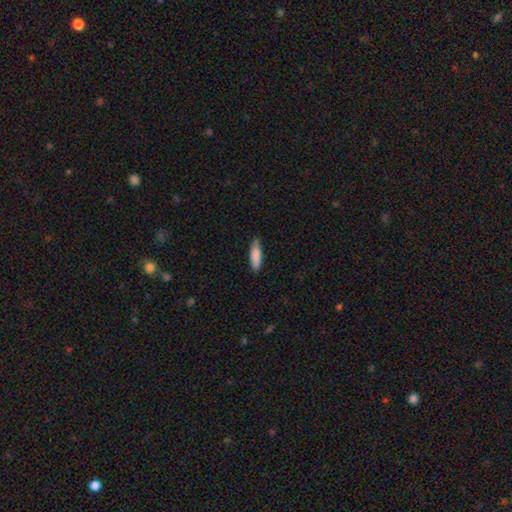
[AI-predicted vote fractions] Smooth or featured?
  - smooth: 84% *
  - featured or disk: 10%
  - star or artifact: 6%
How rounded?
  - cigar-shaped: 70% *
  - in between: 29%
  - round: 1%
Merging?
  - none: 82% *
  - minor disturbance: 15%
  - major disturbance: 2%
  - merger: 1%